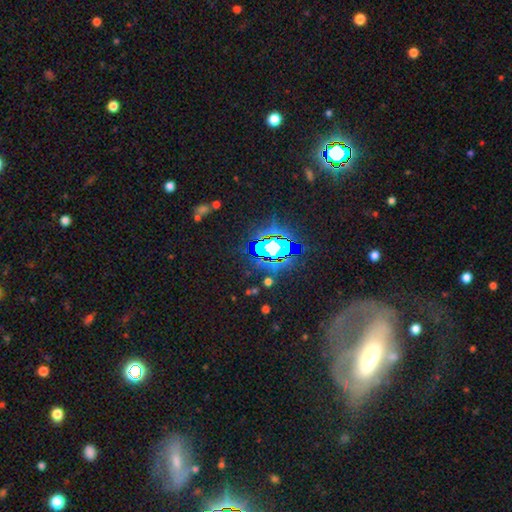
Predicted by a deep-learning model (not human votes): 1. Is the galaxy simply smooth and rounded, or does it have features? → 54% star or artifact, 30% featured or disk, 16% smooth.